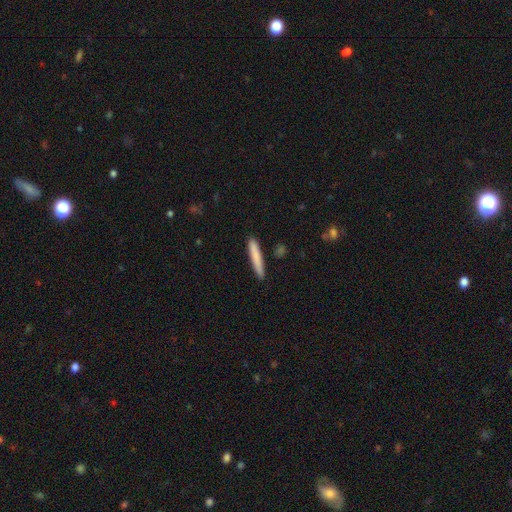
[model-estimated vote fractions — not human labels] The model was most divided on "smooth or featured": smooth: 80%, featured or disk: 14%, star or artifact: 6%. More confident: how rounded — cigar-shaped (95%); merging — none (88%).